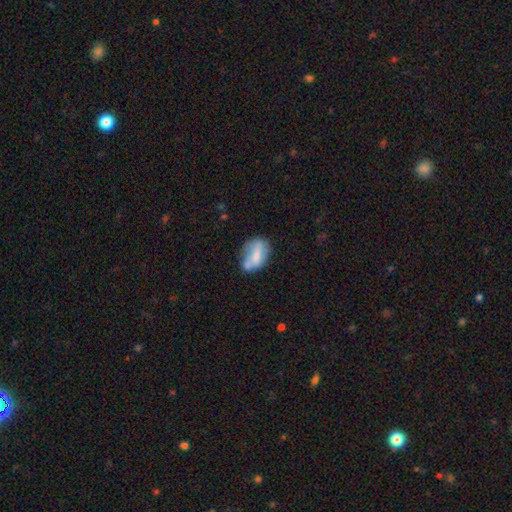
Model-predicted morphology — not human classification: Q: Smooth or featured?
A: smooth (61%); runner-up: featured or disk (31%)
Q: How rounded?
A: in between (85%); runner-up: round (10%)
Q: Merging?
A: none (45%); runner-up: minor disturbance (30%)